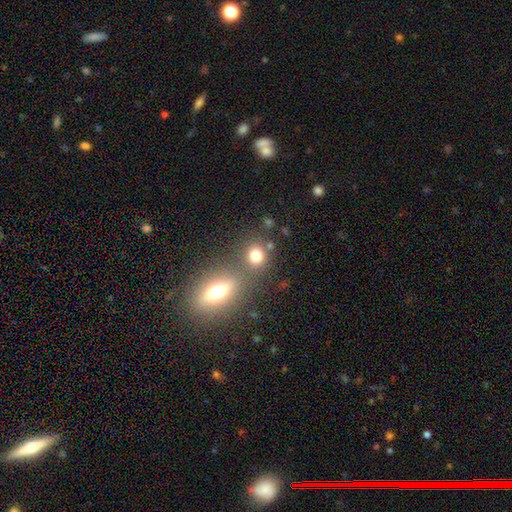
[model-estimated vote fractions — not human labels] smooth_or_featured: smooth (p=0.76) [alt: star or artifact p=0.15]
how_rounded: round (p=0.77) [alt: in between p=0.22]
merging: none (p=0.58) [alt: merger p=0.30]